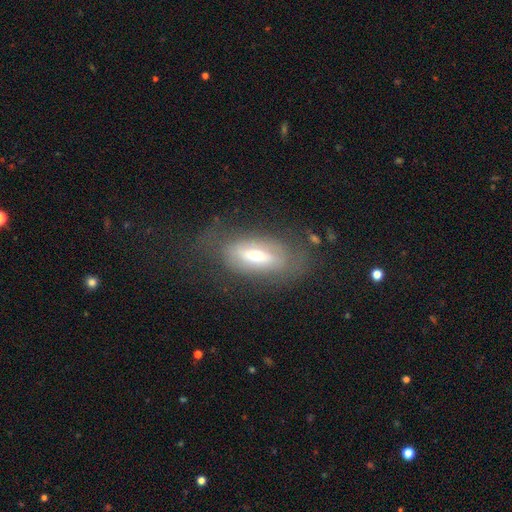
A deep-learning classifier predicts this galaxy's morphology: A featured or disk galaxy (50%).

Vote fractions:
- Smooth or featured? featured or disk: 50% / smooth: 42% / star or artifact: 8%
- Edge-on disk? no: 72% / yes: 28%
- Merging? none: 59% / minor disturbance: 22% / major disturbance: 17% / merger: 2%